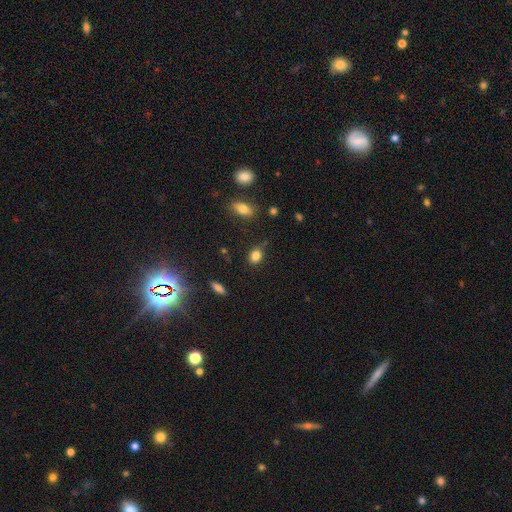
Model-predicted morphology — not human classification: A smooth galaxy with no disk features (81%) that is in between round and cigar-shaped (56%). Merging: none (75%).